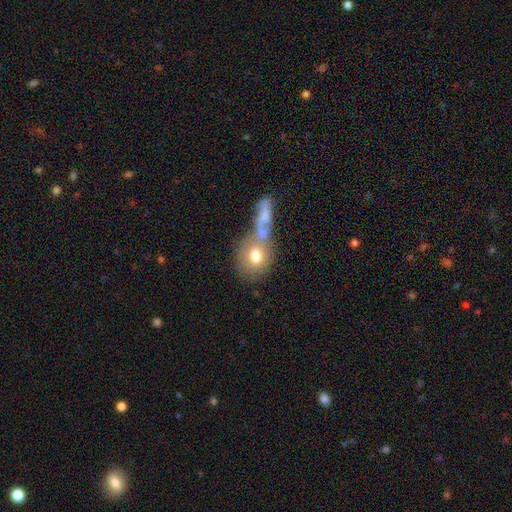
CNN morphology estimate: Q: Smooth or featured?
A: smooth (72%); runner-up: featured or disk (19%)
Q: How rounded?
A: round (67%); runner-up: in between (30%)
Q: Merging?
A: none (43%); runner-up: merger (40%)